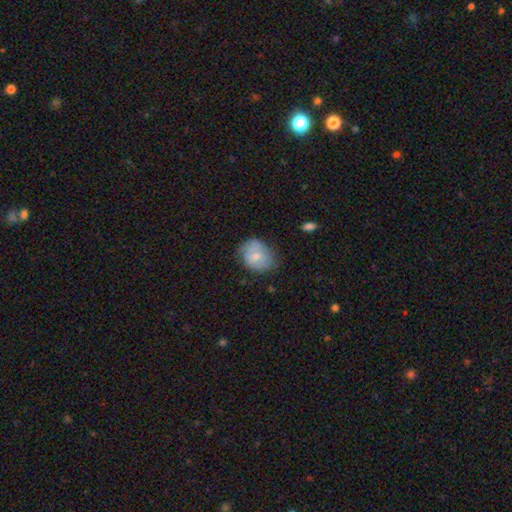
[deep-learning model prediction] smooth 65%, featured or disk 28%, star or artifact 7%. Down the decision tree: how rounded — round (54%); merging — none (60%).